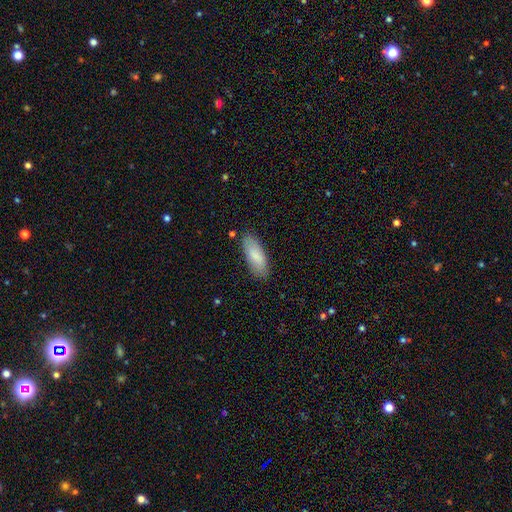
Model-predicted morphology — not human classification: smooth_or_featured: smooth (p=0.84) [alt: featured or disk p=0.10]
how_rounded: in between (p=0.70) [alt: cigar-shaped p=0.28]
merging: none (p=0.85) [alt: minor disturbance p=0.12]